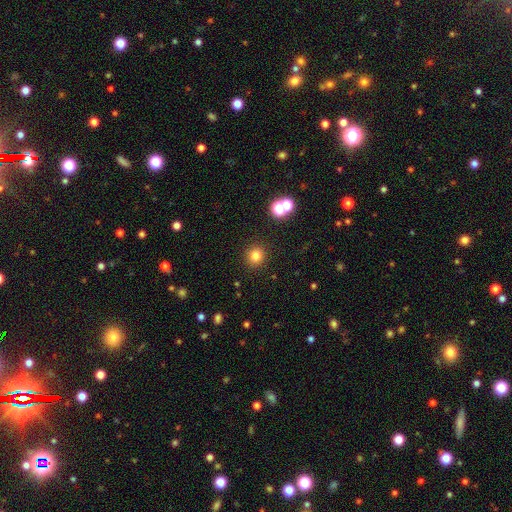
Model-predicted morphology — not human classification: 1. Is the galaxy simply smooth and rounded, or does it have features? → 79% smooth, 15% star or artifact, 6% featured or disk.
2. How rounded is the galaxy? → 92% round, 7% in between, 1% cigar-shaped.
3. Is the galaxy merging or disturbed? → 89% none, 6% minor disturbance, 3% merger, 2% major disturbance.